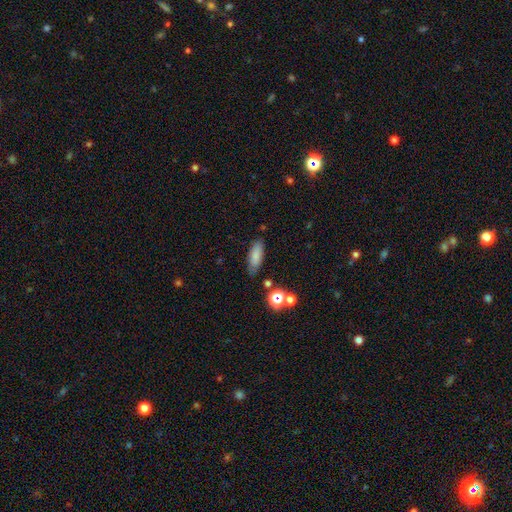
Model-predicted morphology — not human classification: Q: Smooth or featured?
A: smooth (81%); runner-up: star or artifact (9%)
Q: How rounded?
A: in between (66%); runner-up: cigar-shaped (31%)
Q: Merging?
A: none (78%); runner-up: minor disturbance (15%)